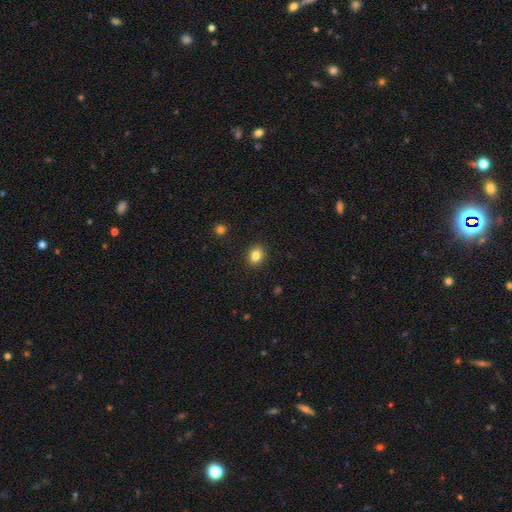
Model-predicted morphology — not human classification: The model was most divided on "how rounded": round: 57%, in between: 42%, cigar-shaped: 1%. More confident: merging — none (90%); smooth or featured — smooth (84%).